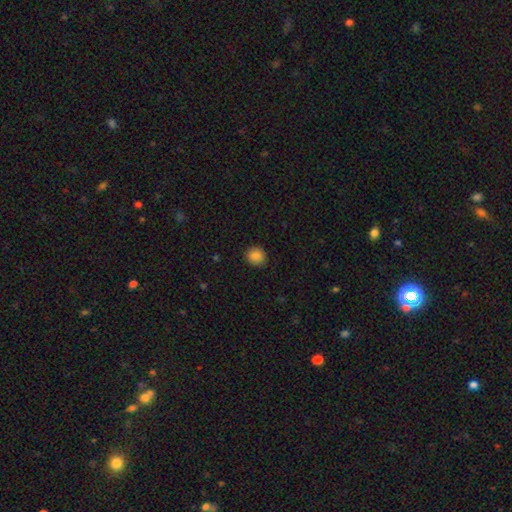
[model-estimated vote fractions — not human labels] Morphology: type=smooth (86%); roundness=round (84%); merging=none (91%).